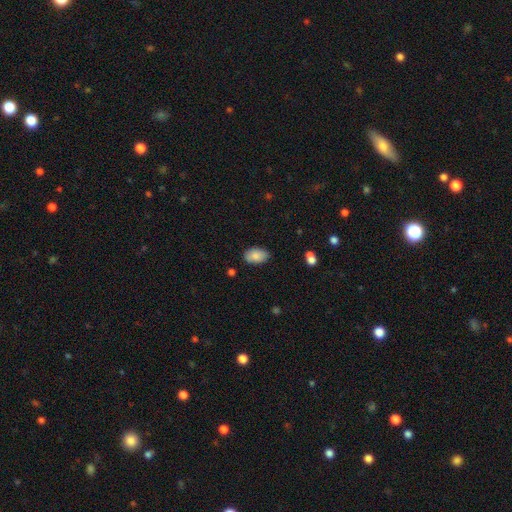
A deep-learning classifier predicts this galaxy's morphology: A smooth galaxy with no disk features (85%) that is in between round and cigar-shaped (92%).

Vote fractions:
- Smooth or featured? smooth: 85% / featured or disk: 8% / star or artifact: 7%
- How rounded? in between: 92% / round: 6% / cigar-shaped: 1%
- Merging? none: 83% / minor disturbance: 13% / major disturbance: 2% / merger: 1%